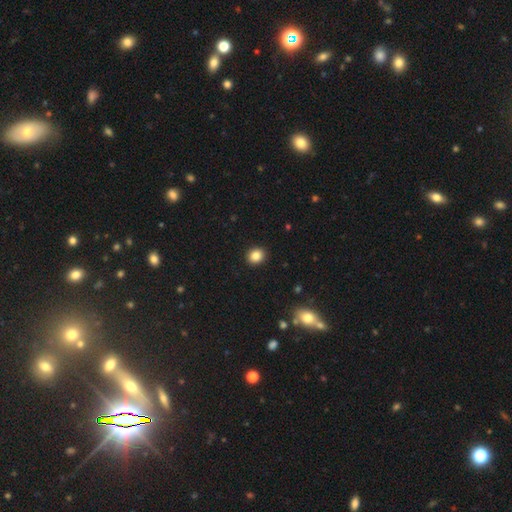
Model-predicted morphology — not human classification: Smooth or featured: smooth — 85% (star or artifact — 10%)
How rounded: round — 72% (in between — 27%)
Merging: none — 92% (minor disturbance — 5%)